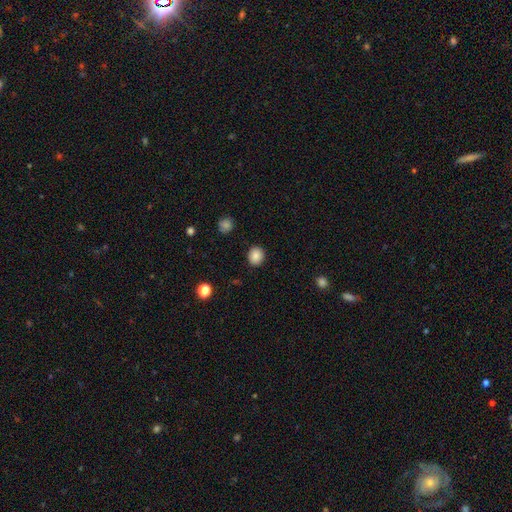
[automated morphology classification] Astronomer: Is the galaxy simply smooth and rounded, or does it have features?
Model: smooth — 87%.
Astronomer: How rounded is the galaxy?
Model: round — 78%.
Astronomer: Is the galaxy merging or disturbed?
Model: none — 89%.